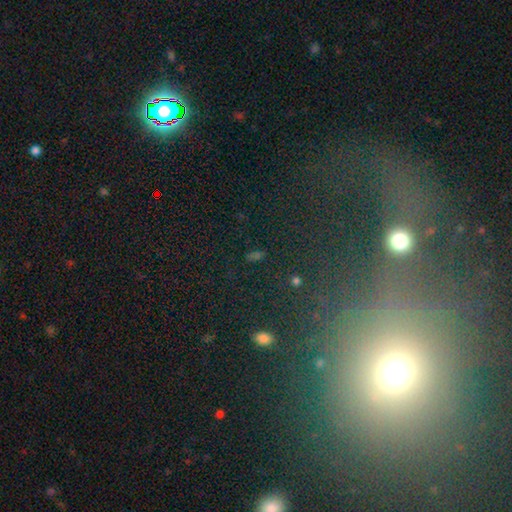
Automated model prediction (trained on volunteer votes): Smooth or featured? Predicted: star or artifact (p=0.51).